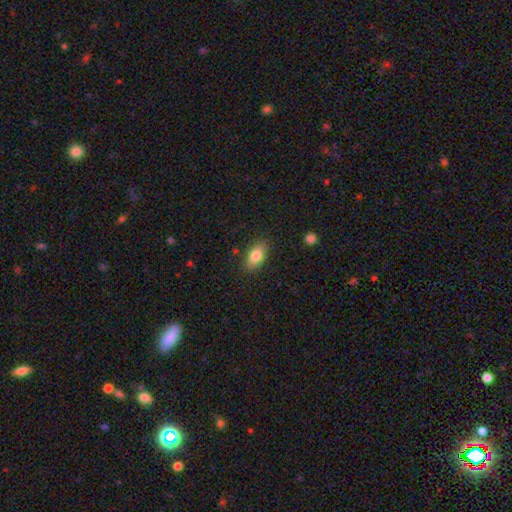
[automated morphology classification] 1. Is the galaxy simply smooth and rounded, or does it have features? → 80% smooth, 12% featured or disk, 8% star or artifact.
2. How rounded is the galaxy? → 88% in between, 6% cigar-shaped, 6% round.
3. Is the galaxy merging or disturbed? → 83% none, 12% minor disturbance, 3% major disturbance, 2% merger.